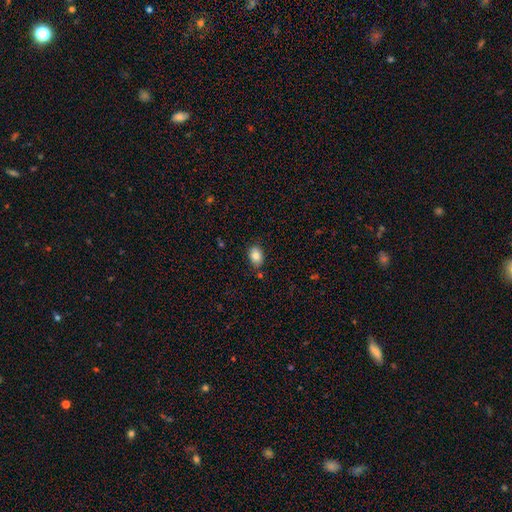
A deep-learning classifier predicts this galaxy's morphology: This is clearly a smooth galaxy (84%). How rounded: likely in between (79%). Merging: clearly none (81%).